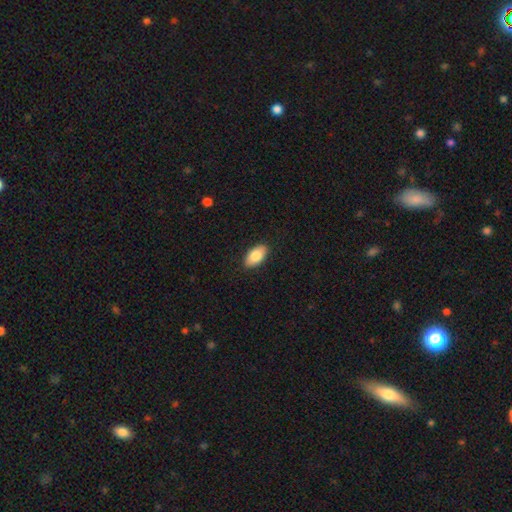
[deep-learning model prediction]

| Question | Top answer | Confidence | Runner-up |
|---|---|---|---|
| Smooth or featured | smooth | 83% | featured or disk (11%) |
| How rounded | in between | 94% | round (3%) |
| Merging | none | 89% | minor disturbance (9%) |